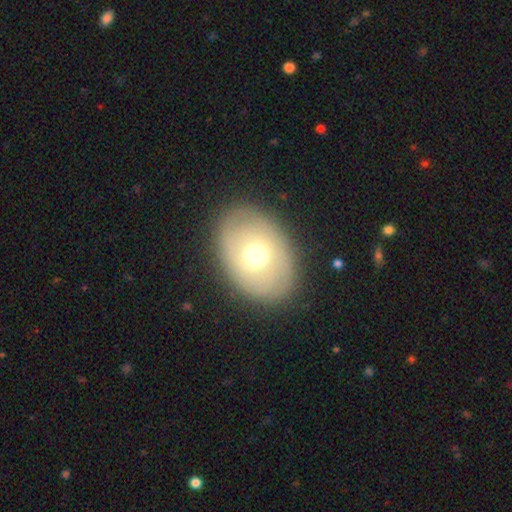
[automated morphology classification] A smooth galaxy with no disk features (56%) that is in between round and cigar-shaped (76%). Merging: none (85%).